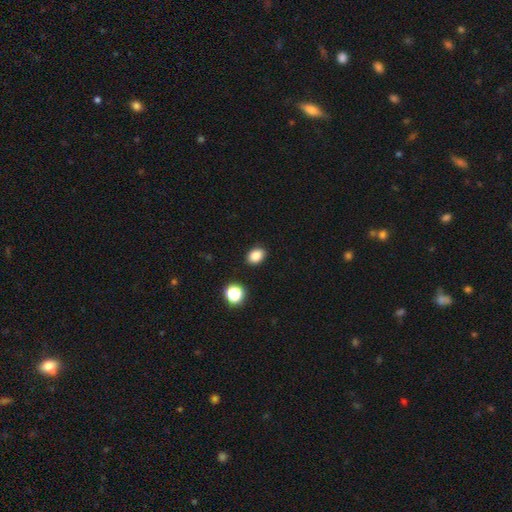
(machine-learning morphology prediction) This is clearly a smooth galaxy (84%). How rounded: likely in between (74%). Merging: clearly none (88%).